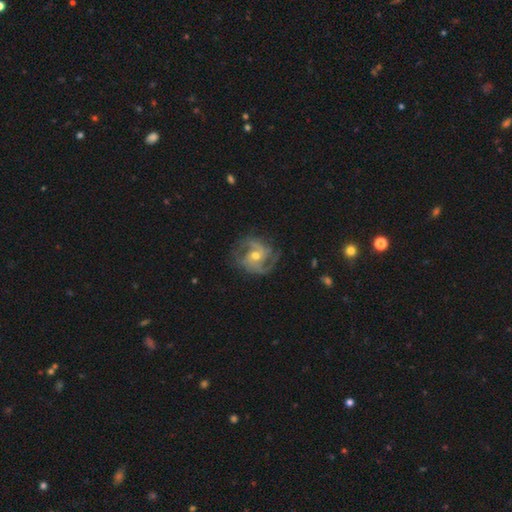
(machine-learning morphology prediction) type=featured or disk (89%); edge-on=no (98%); bar=no (53%); spiral arms=yes (97%); winding=medium (52%); arm count=2 (56%); bulge=moderate (62%); merging=none (74%).